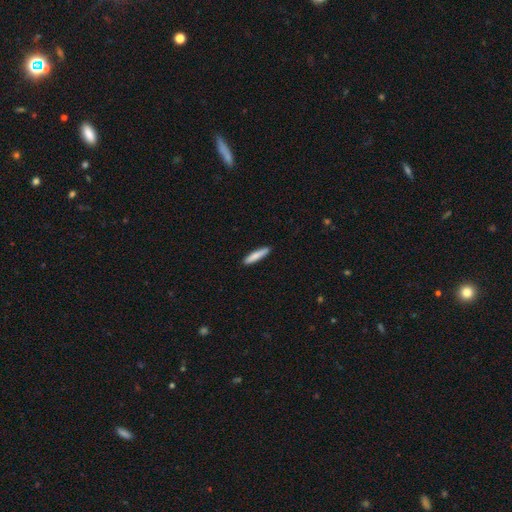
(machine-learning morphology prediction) Q: Smooth or featured?
A: smooth (83%); runner-up: featured or disk (12%)
Q: How rounded?
A: cigar-shaped (89%); runner-up: in between (9%)
Q: Merging?
A: none (91%); runner-up: minor disturbance (7%)